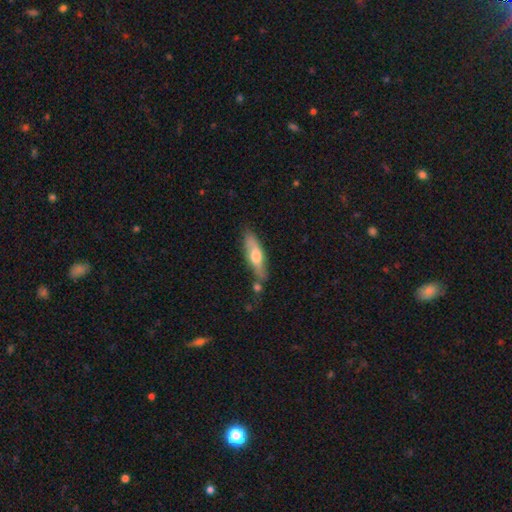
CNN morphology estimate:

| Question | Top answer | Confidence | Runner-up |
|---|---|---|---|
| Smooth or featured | smooth | 54% | featured or disk (41%) |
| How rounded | cigar-shaped | 60% | in between (37%) |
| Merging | none | 66% | minor disturbance (19%) |